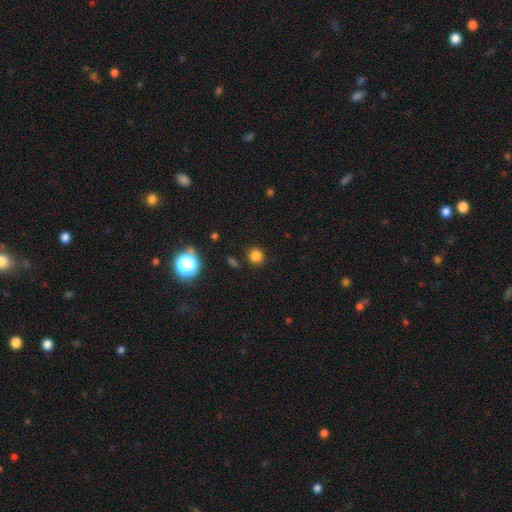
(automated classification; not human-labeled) Q: Smooth or featured?
A: smooth (79%); runner-up: star or artifact (17%)
Q: How rounded?
A: round (90%); runner-up: in between (9%)
Q: Merging?
A: none (87%); runner-up: minor disturbance (8%)